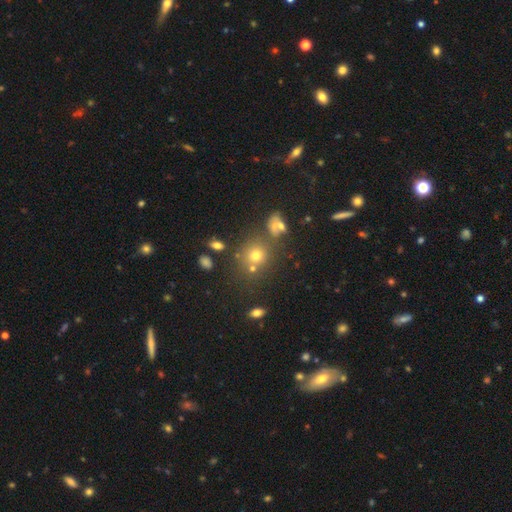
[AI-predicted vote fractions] A smooth galaxy with no disk features (63%) that is round (84%). Merging: none (66%).